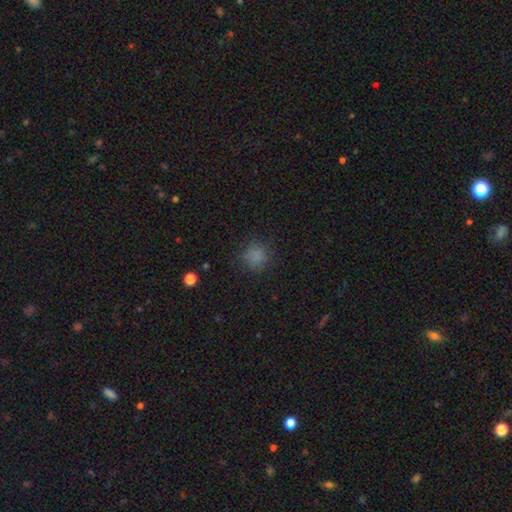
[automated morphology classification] This is clearly a smooth galaxy (81%). How rounded: clearly round (89%). Merging: clearly none (84%).